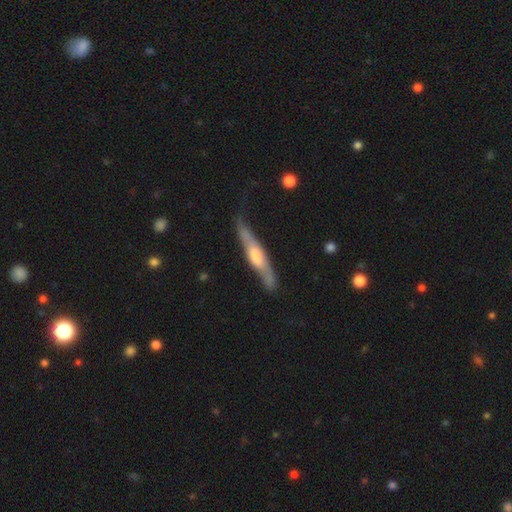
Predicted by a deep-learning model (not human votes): smooth-or-featured: featured or disk: 66% | smooth: 29% | star or artifact: 6%
  disk-edge-on: yes: 83% | no: 17%
    edge-on-bulge: rounded: 60% | boxy: 24% | none: 16%
  merging: none: 70% | minor disturbance: 21% | major disturbance: 6% | merger: 2%